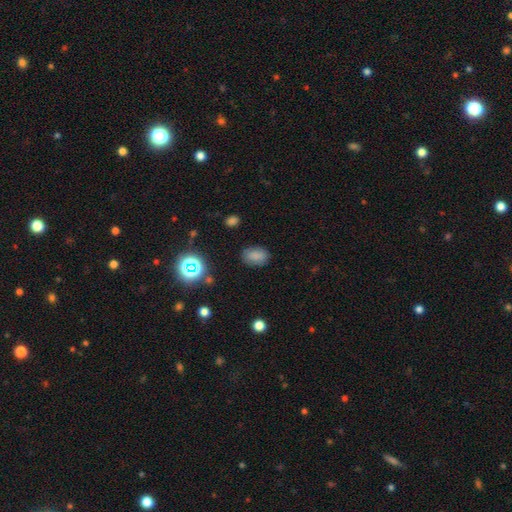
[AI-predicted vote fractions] This appears to be a smooth galaxy with no disk features (79%) that is in between round and cigar-shaped (80%). Merging: none (81%).